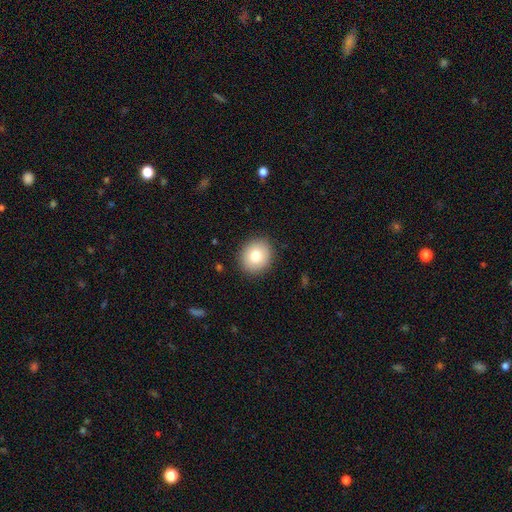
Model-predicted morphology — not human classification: This is likely a smooth galaxy (77%). How rounded: likely round (77%). Merging: clearly none (89%).